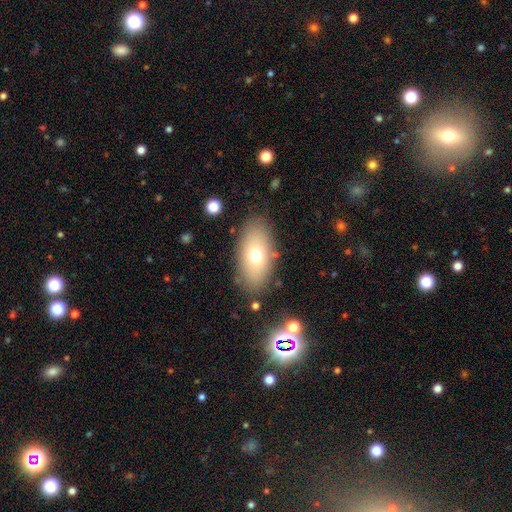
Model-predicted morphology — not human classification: smooth_or_featured: smooth (p=0.70) [alt: featured or disk p=0.21]
how_rounded: in between (p=0.90) [alt: round p=0.06]
merging: none (p=0.82) [alt: minor disturbance p=0.11]